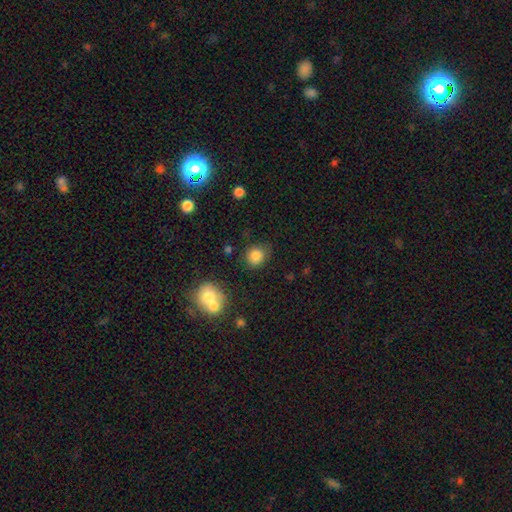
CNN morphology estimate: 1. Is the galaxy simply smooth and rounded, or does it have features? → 84% smooth, 11% star or artifact, 5% featured or disk.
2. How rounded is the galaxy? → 78% round, 21% in between, 1% cigar-shaped.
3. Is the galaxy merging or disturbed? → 76% none, 15% minor disturbance, 5% merger, 4% major disturbance.